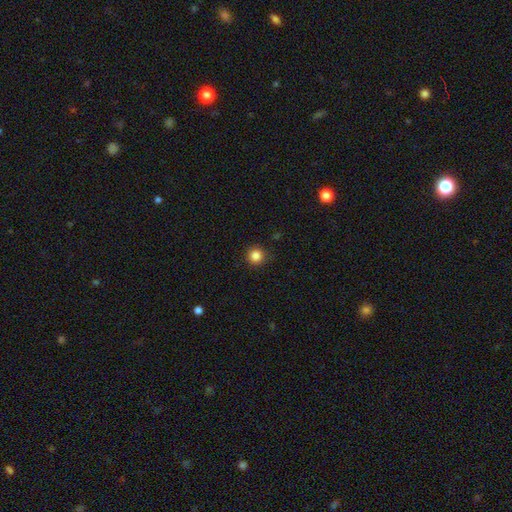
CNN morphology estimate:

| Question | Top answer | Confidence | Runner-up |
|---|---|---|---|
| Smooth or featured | smooth | 85% | star or artifact (11%) |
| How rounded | round | 95% | in between (4%) |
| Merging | none | 90% | minor disturbance (7%) |